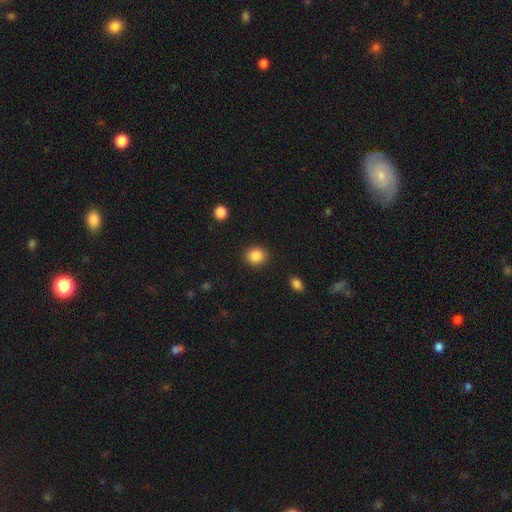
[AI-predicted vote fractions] Q: Smooth or featured?
A: smooth (87%); runner-up: star or artifact (9%)
Q: How rounded?
A: round (76%); runner-up: in between (23%)
Q: Merging?
A: none (90%); runner-up: minor disturbance (6%)